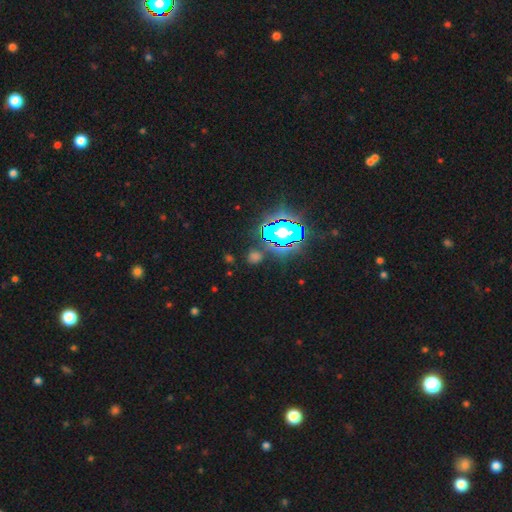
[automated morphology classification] smooth-or-featured: star or artifact: 58% | smooth: 30% | featured or disk: 11%